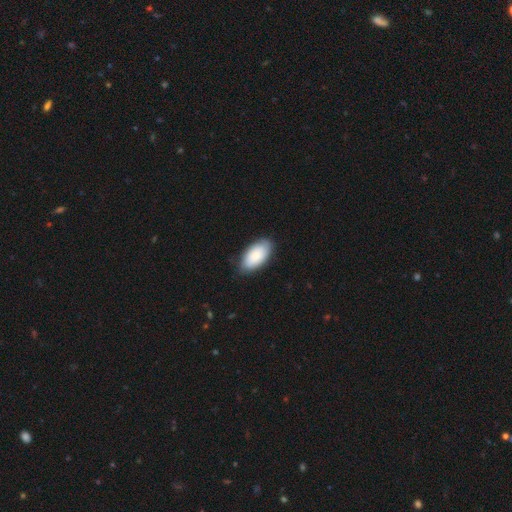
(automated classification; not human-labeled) A smooth galaxy with no disk features (86%) that is in between round and cigar-shaped (95%).

Vote fractions:
- Smooth or featured? smooth: 86% / featured or disk: 9% / star or artifact: 6%
- How rounded? in between: 95% / cigar-shaped: 3% / round: 2%
- Merging? none: 81% / minor disturbance: 15% / major disturbance: 3% / merger: 1%